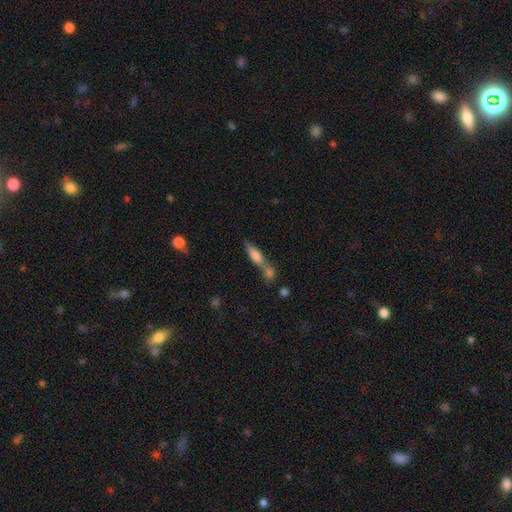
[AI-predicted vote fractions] This appears to be a smooth galaxy with no disk features (64%) that is cigar-shaped (64%). Merging: merger (48%).